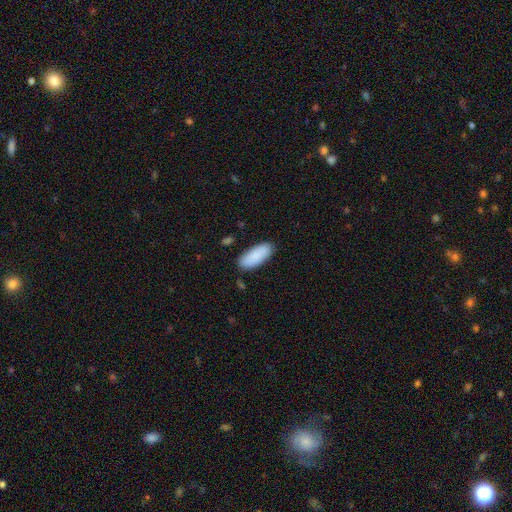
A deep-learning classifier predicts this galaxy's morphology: This appears to be a smooth galaxy with no disk features (89%) that is in between round and cigar-shaped (81%). Merging: none (85%).